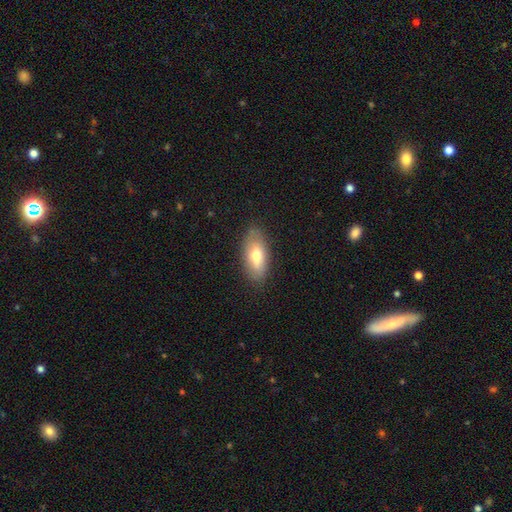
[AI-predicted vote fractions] Morphology: type=smooth (70%); roundness=in between (86%); merging=none (83%).